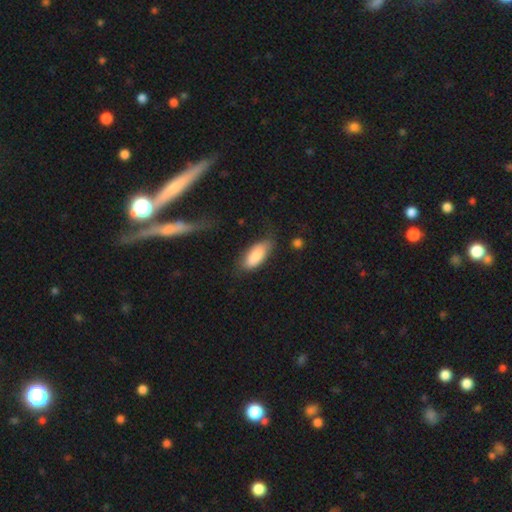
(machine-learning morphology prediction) Overall: smooth (84%). How rounded: in between (84%). Merging: none (58%; minor disturbance 28%).